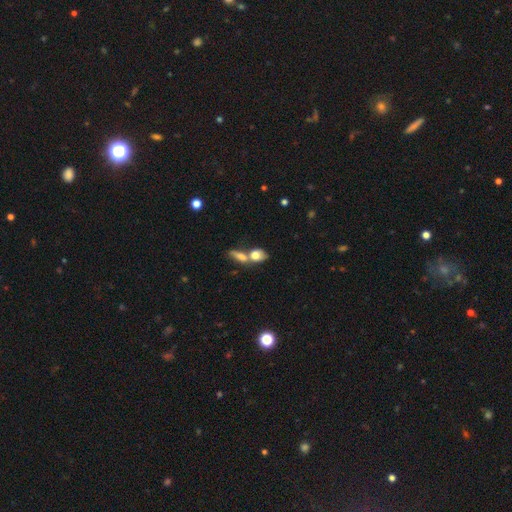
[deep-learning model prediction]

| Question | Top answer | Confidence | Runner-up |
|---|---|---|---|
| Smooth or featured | smooth | 72% | featured or disk (19%) |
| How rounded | in between | 65% | round (26%) |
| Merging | merger | 65% | none (21%) |